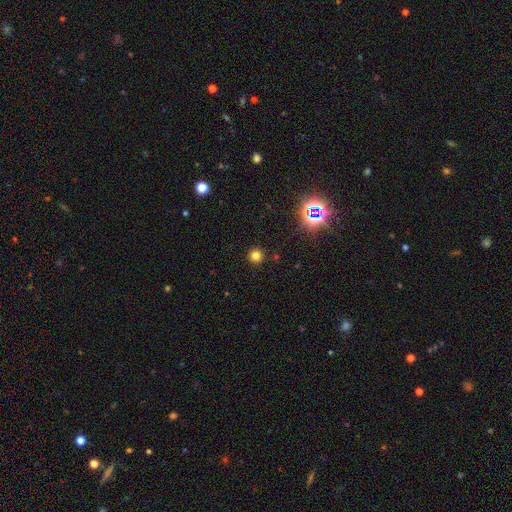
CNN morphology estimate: Smooth or featured? Predicted: smooth (p=0.76). How rounded? Predicted: round (p=0.95). Merging? Predicted: none (p=0.91).